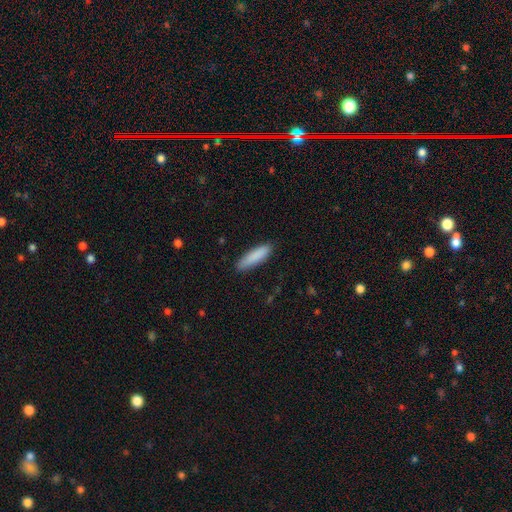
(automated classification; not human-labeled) Morphology: type=smooth (87%); roundness=cigar-shaped (74%); merging=none (87%).